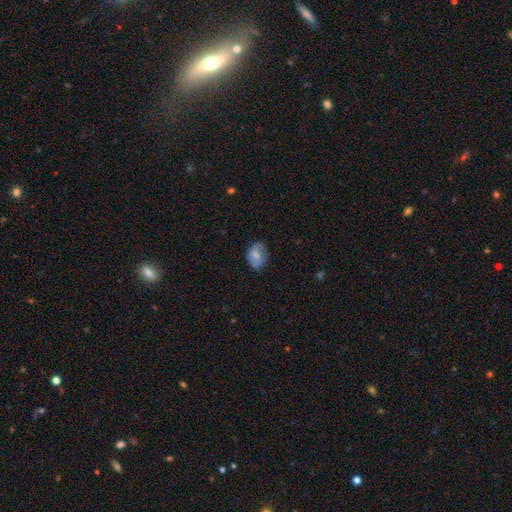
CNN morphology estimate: smooth-or-featured: smooth: 63% | featured or disk: 30% | star or artifact: 8%
  how-rounded: in between: 68% | round: 31% | cigar-shaped: 1%
  merging: none: 65% | minor disturbance: 26% | major disturbance: 8% | merger: 1%